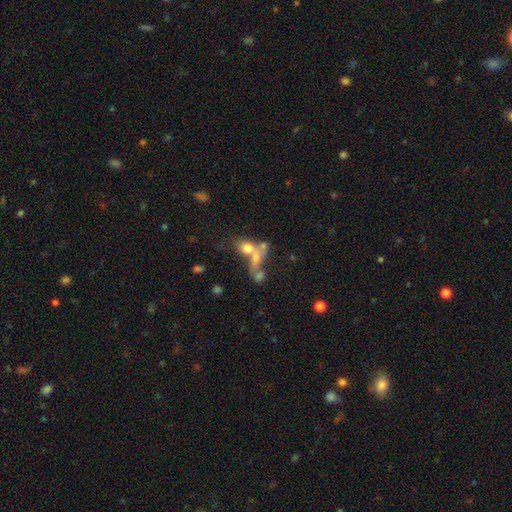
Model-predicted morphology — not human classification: A smooth galaxy with no disk features (45%).

Vote fractions:
- Smooth or featured? smooth: 45% / featured or disk: 35% / star or artifact: 20%
- Merging? merger: 53% / none: 26% / major disturbance: 12% / minor disturbance: 8%